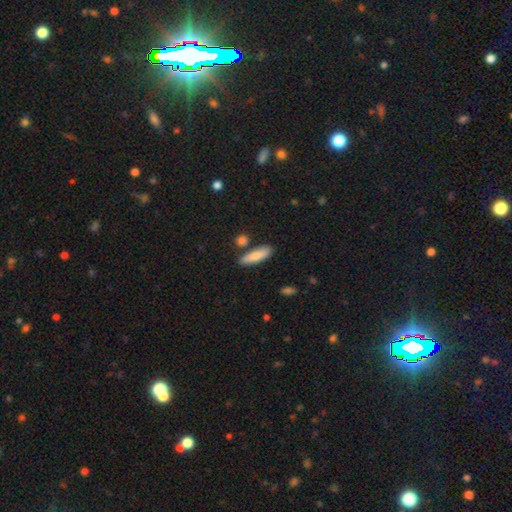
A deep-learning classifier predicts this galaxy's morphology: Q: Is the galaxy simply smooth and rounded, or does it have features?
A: smooth — 82%.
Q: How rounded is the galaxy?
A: cigar-shaped — 57%.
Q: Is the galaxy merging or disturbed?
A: none — 78%.